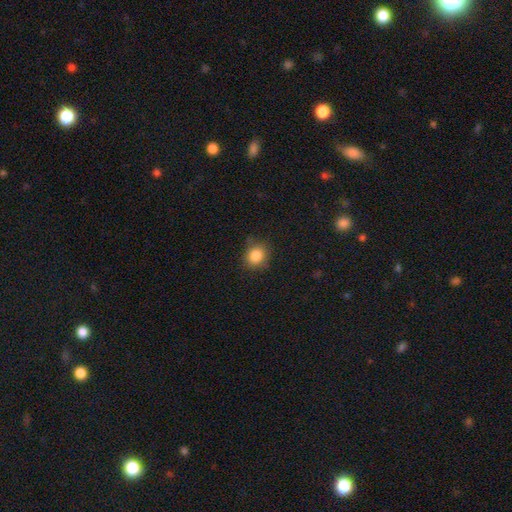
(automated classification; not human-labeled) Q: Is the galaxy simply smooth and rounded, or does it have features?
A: smooth — 85%.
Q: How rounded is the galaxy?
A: round — 72%.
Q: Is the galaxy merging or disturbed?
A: none — 77%.